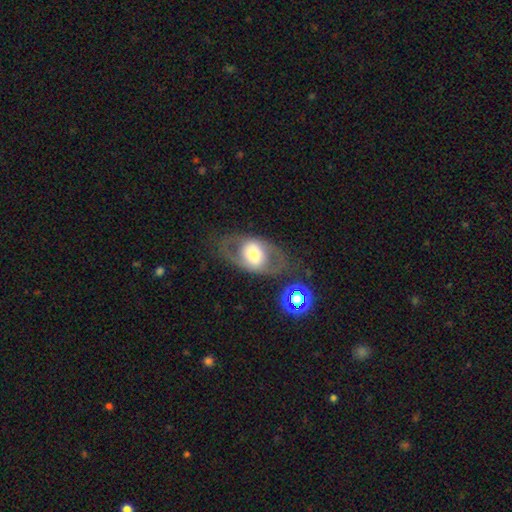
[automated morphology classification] This appears to be a featured or disk galaxy (53%). Merging: none (68%).